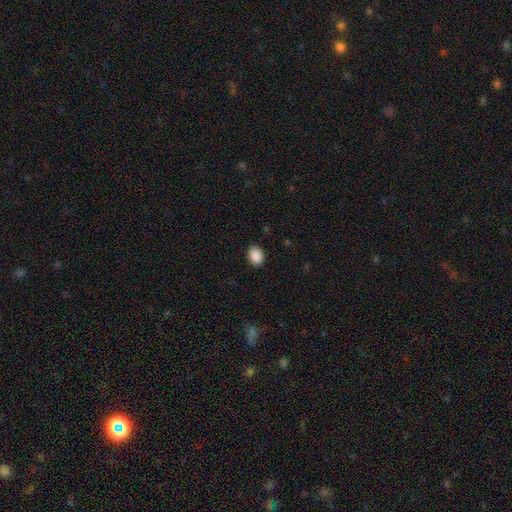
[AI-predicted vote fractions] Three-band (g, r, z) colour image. It shows a smooth galaxy with no disk features (90%) that is in between round and cigar-shaped (70%). Merging: none (89%).